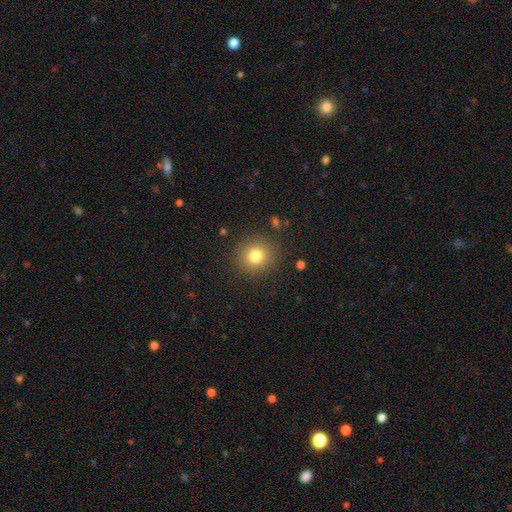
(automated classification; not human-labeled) smooth 80%, star or artifact 12%, featured or disk 8%. Down the decision tree: how rounded — round (91%); merging — none (88%).